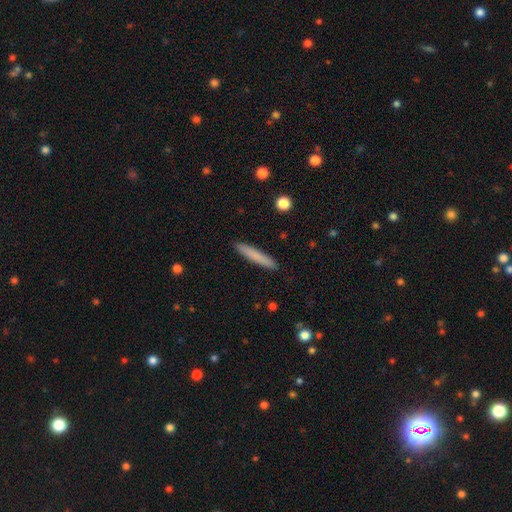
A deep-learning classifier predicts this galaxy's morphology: Smooth or featured: smooth — 79% (featured or disk — 15%)
How rounded: cigar-shaped — 94% (in between — 5%)
Merging: none — 91% (minor disturbance — 6%)